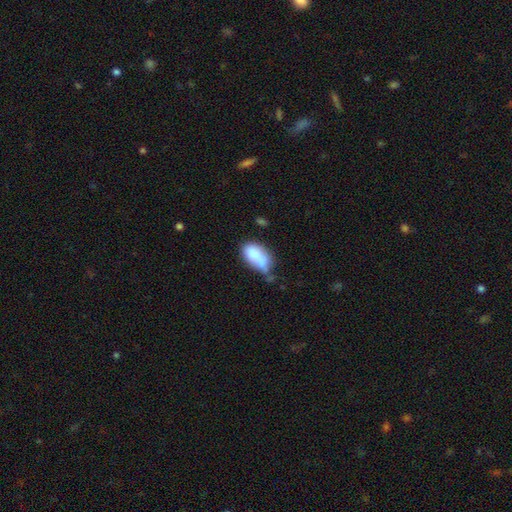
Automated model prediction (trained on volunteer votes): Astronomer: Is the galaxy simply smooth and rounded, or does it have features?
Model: smooth — 77%.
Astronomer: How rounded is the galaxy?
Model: in between — 90%.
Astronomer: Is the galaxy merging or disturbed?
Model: minor disturbance — 34% (runner-up: none, 28%).